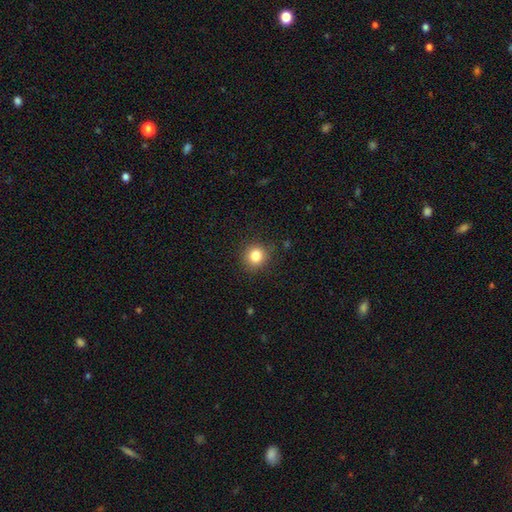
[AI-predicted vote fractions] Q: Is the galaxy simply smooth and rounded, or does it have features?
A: smooth — 82%.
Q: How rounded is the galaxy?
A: round — 88%.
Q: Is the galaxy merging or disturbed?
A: none — 87%.